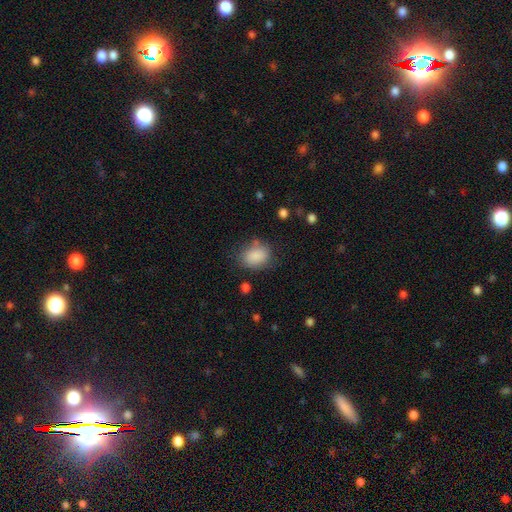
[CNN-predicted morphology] Smooth or featured? Predicted: smooth (p=0.86). How rounded? Predicted: in between (p=0.65). Merging? Predicted: none (p=0.71).